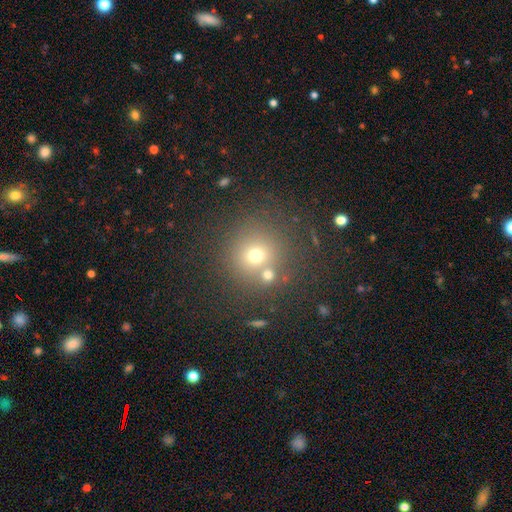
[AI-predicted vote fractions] This is likely a smooth galaxy (67%). How rounded: clearly round (91%). Merging: likely none (69%).